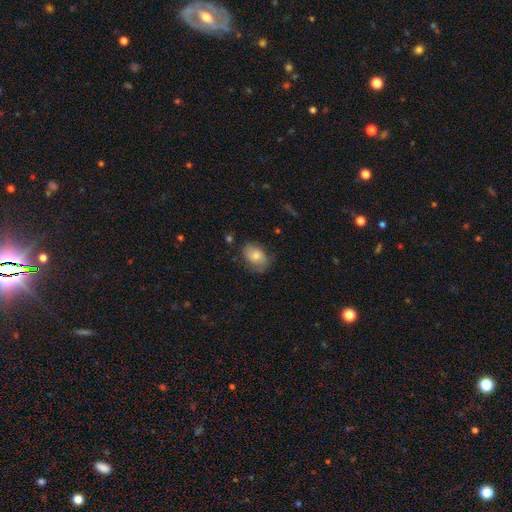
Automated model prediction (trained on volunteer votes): Q: Smooth or featured?
A: smooth (74%); runner-up: featured or disk (18%)
Q: How rounded?
A: in between (78%); runner-up: round (20%)
Q: Merging?
A: none (65%); runner-up: minor disturbance (25%)